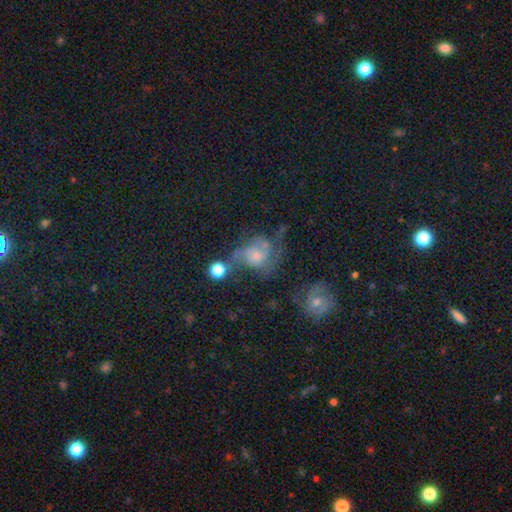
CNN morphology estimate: type=featured or disk (44%); merging=none (43%).